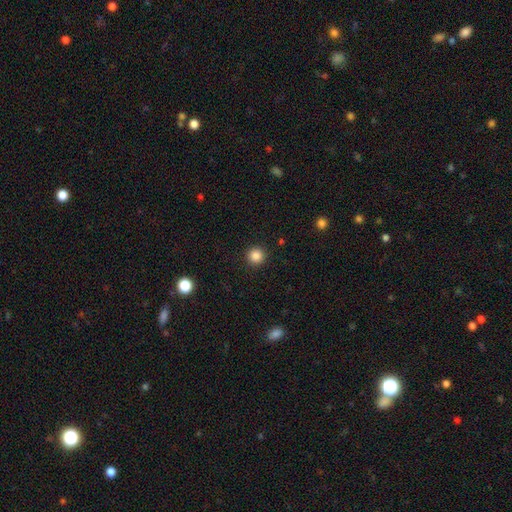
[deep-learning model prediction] This is clearly a smooth galaxy (85%). How rounded: clearly round (95%). Merging: clearly none (92%).